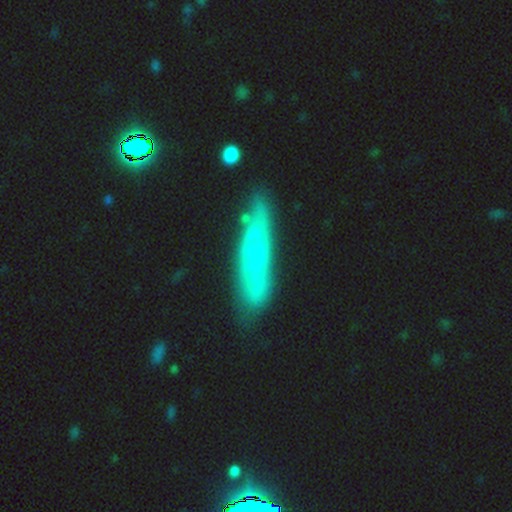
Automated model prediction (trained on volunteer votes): featured or disk 54%, smooth 38%, star or artifact 9%. Down the decision tree: edge-on disk — no (55%); merging — none (70%).